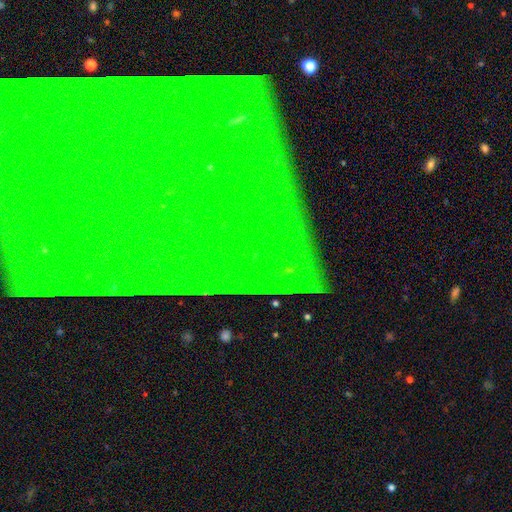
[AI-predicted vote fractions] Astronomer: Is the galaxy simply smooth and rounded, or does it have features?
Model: star or artifact — 84%.